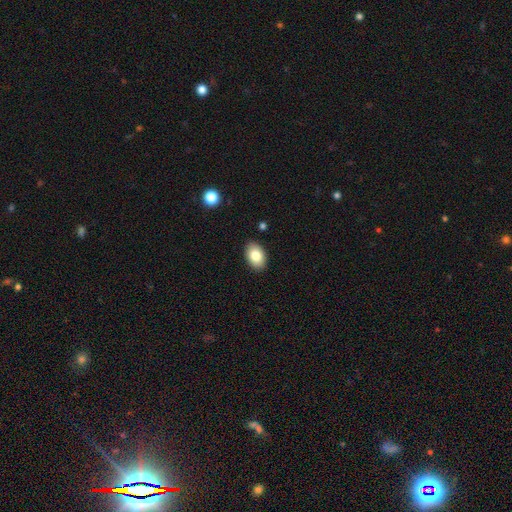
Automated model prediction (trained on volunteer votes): Q: Smooth or featured?
A: smooth (83%); runner-up: featured or disk (10%)
Q: How rounded?
A: in between (89%); runner-up: round (10%)
Q: Merging?
A: none (88%); runner-up: minor disturbance (8%)